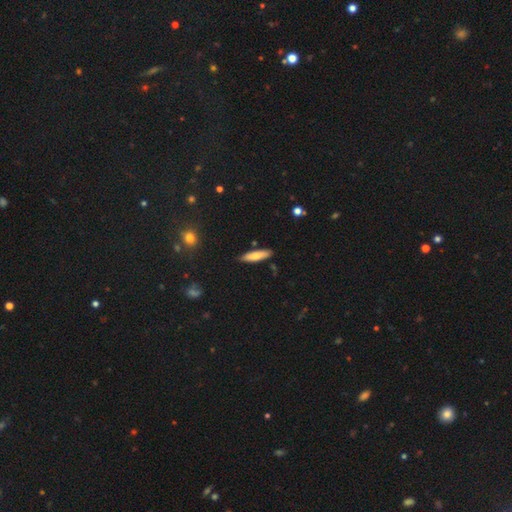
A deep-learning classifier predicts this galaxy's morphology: This is likely a smooth galaxy (73%). How rounded: likely cigar-shaped (73%). Merging: clearly none (86%).